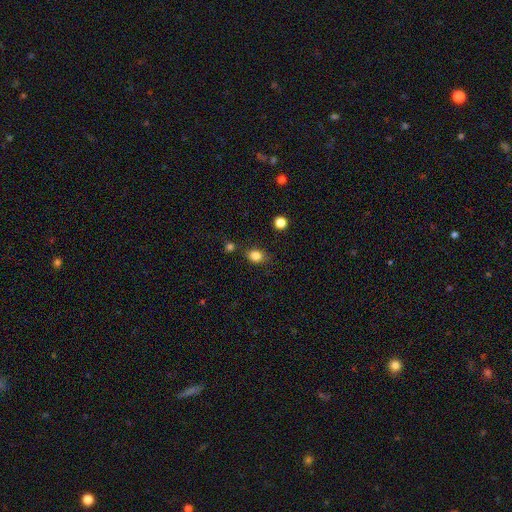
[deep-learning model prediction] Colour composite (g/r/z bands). It shows a smooth galaxy with no disk features (84%) that is in between round and cigar-shaped (52%). Merging: none (77%).